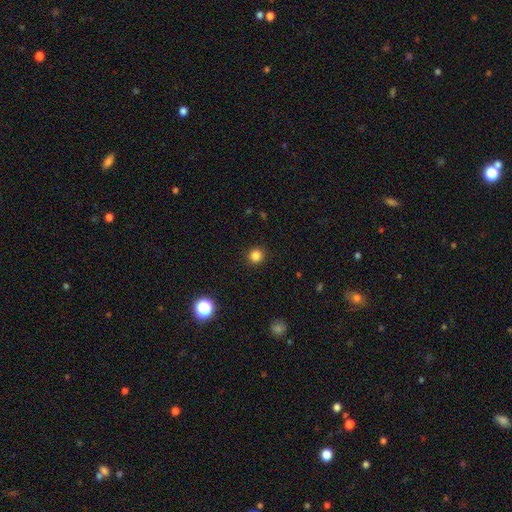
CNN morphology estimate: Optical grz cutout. It shows a smooth galaxy with no disk features (83%) that is round (93%). Merging: none (92%).